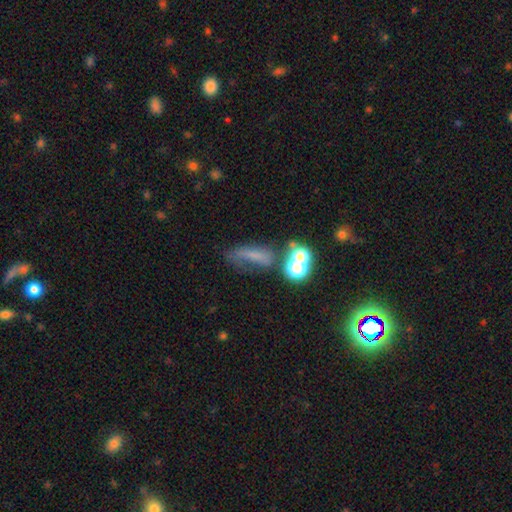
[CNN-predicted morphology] smooth 52%, star or artifact 25%, featured or disk 23%. Down the decision tree: how rounded — in between (44%); merging — none (38%).